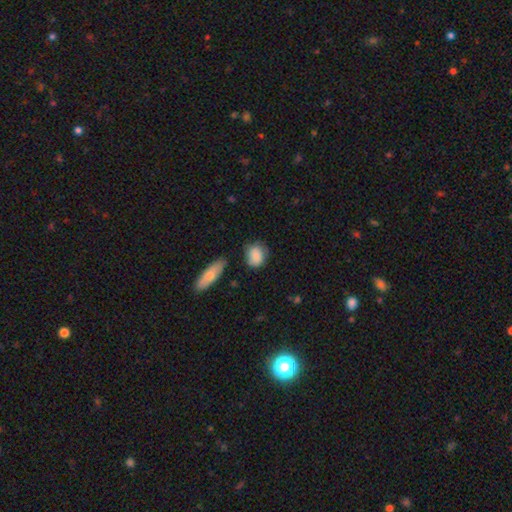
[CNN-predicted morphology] smooth 83%, featured or disk 10%, star or artifact 7%. Down the decision tree: how rounded — round (55%); merging — none (67%).